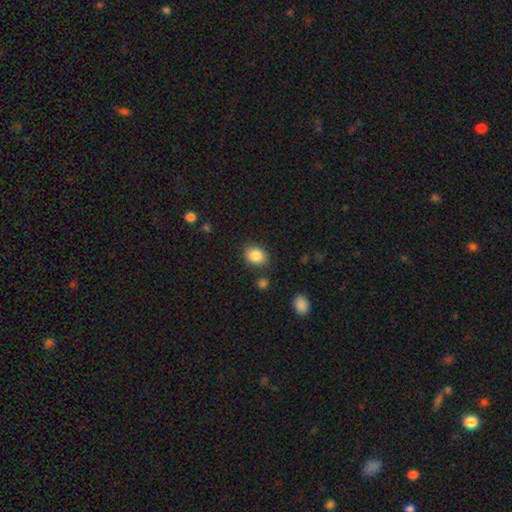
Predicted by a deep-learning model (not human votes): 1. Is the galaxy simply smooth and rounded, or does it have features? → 86% smooth, 9% star or artifact, 6% featured or disk.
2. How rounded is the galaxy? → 61% in between, 38% round, 1% cigar-shaped.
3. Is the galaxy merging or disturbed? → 82% none, 12% minor disturbance, 3% major disturbance, 3% merger.